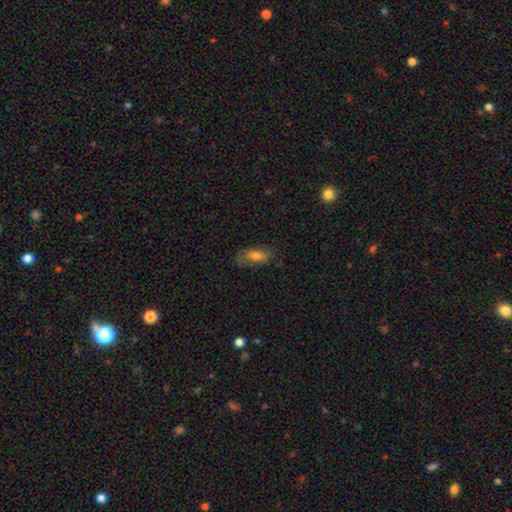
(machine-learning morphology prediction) A smooth galaxy with no disk features (66%) that is in between round and cigar-shaped (78%). Merging: none (67%).